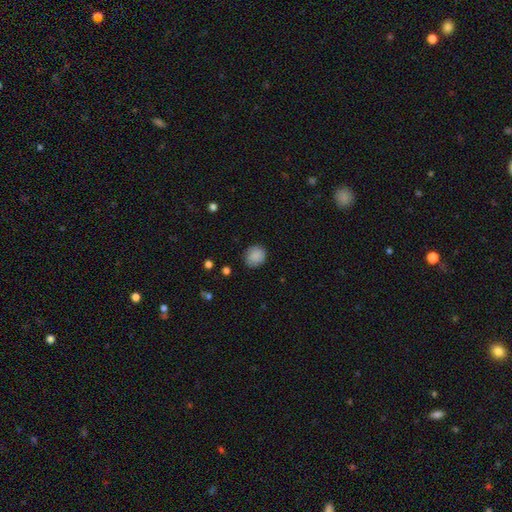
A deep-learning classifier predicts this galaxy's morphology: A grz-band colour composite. It shows a smooth galaxy with no disk features (88%) that is round (81%). Merging: none (84%).